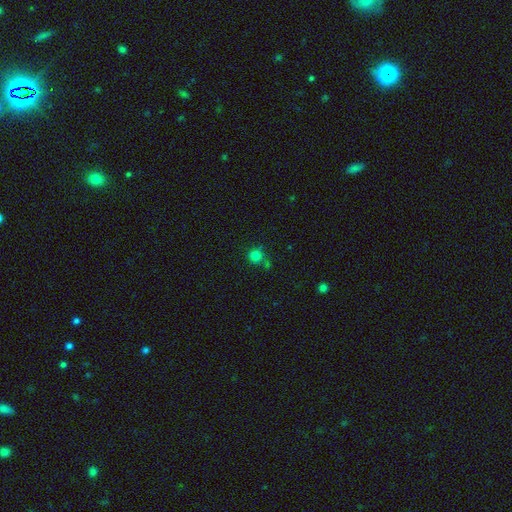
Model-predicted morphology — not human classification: The model was most divided on "merging": none: 69%, merger: 15%, minor disturbance: 12%, major disturbance: 4%. More confident: how rounded — round (92%); smooth or featured — smooth (80%).